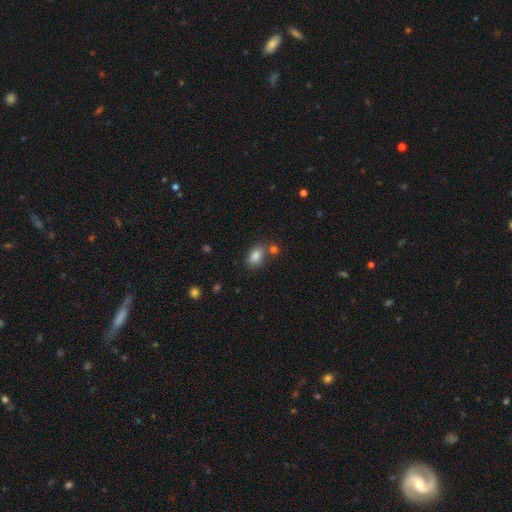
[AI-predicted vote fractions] A smooth galaxy with no disk features (83%) that is in between round and cigar-shaped (83%).

Vote fractions:
- Smooth or featured? smooth: 83% / star or artifact: 9% / featured or disk: 8%
- How rounded? in between: 83% / round: 15% / cigar-shaped: 2%
- Merging? none: 62% / merger: 21% / minor disturbance: 13% / major disturbance: 4%